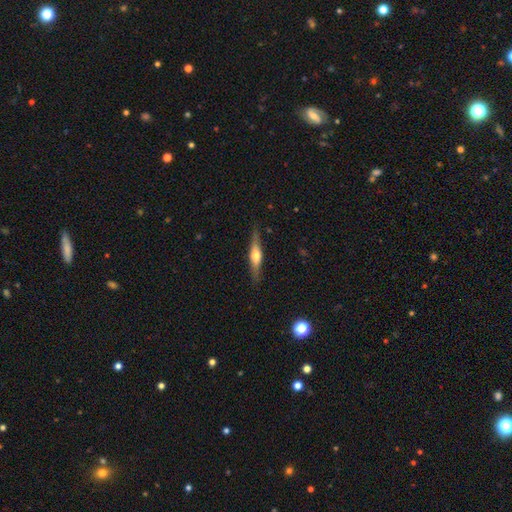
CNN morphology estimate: A featured or disk galaxy (61%) viewed edge-on (95%) with a rounded central bulge (89%). Merging: none (86%).